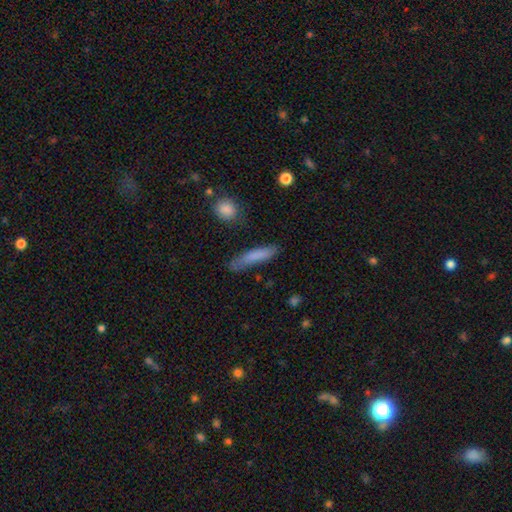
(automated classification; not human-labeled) A smooth galaxy with no disk features (79%) that is cigar-shaped (83%). Merging: none (72%).